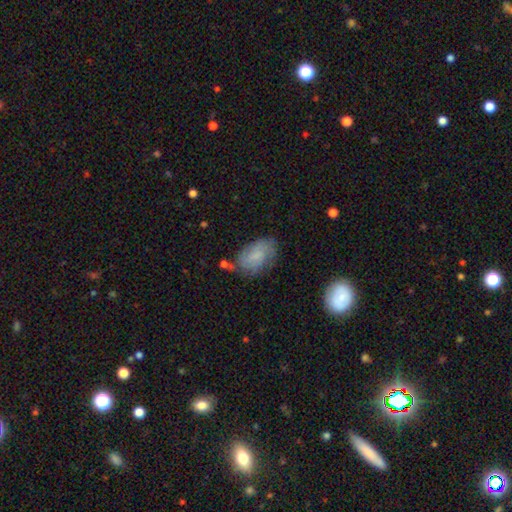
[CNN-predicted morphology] Smooth or featured? Predicted: smooth (p=0.59). How rounded? Predicted: in between (p=0.89). Merging? Predicted: none (p=0.60).